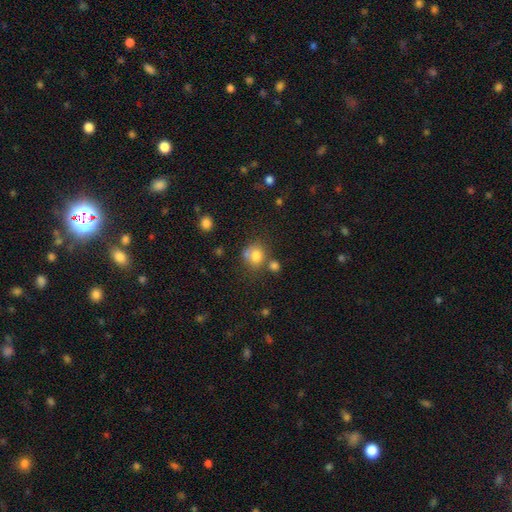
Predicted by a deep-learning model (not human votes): Smooth or featured? Predicted: smooth (p=0.77). How rounded? Predicted: round (p=0.75). Merging? Predicted: none (p=0.51).